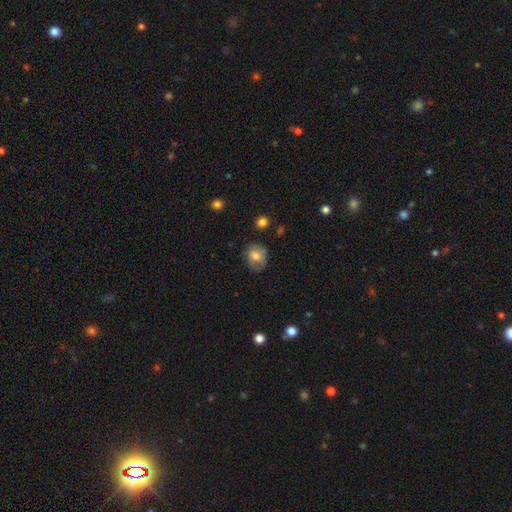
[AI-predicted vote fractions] Q: Smooth or featured?
A: smooth (64%); runner-up: featured or disk (28%)
Q: How rounded?
A: round (63%); runner-up: in between (36%)
Q: Merging?
A: none (69%); runner-up: minor disturbance (22%)